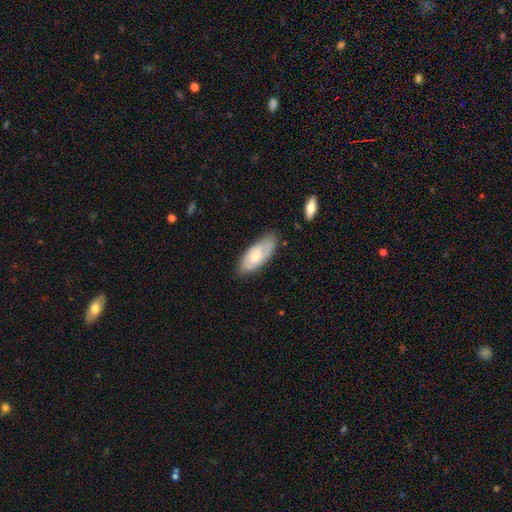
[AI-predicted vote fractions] Q: Smooth or featured?
A: smooth (52%); runner-up: featured or disk (42%)
Q: How rounded?
A: in between (83%); runner-up: cigar-shaped (15%)
Q: Merging?
A: none (71%); runner-up: minor disturbance (23%)